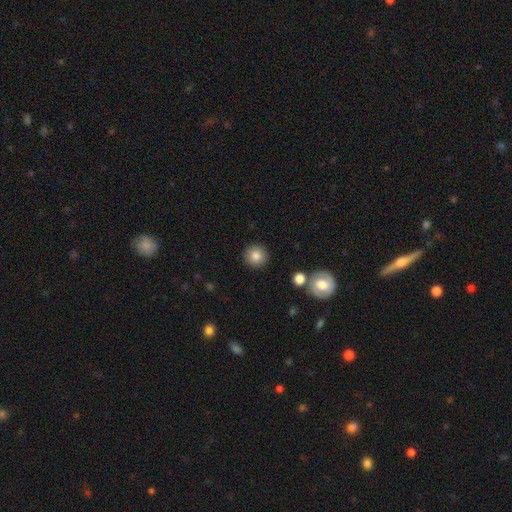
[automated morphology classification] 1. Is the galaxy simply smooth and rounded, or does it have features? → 83% smooth, 10% star or artifact, 8% featured or disk.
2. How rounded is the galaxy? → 93% round, 6% in between, 1% cigar-shaped.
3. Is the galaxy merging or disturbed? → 90% none, 6% minor disturbance, 2% merger, 2% major disturbance.